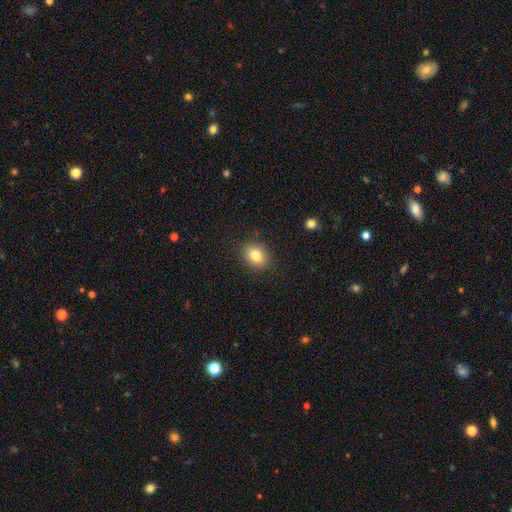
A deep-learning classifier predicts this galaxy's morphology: Smooth or featured?
  - smooth: 82% *
  - star or artifact: 10%
  - featured or disk: 9%
How rounded?
  - in between: 59% *
  - round: 40%
  - cigar-shaped: 1%
Merging?
  - none: 87% *
  - minor disturbance: 9%
  - major disturbance: 3%
  - merger: 1%